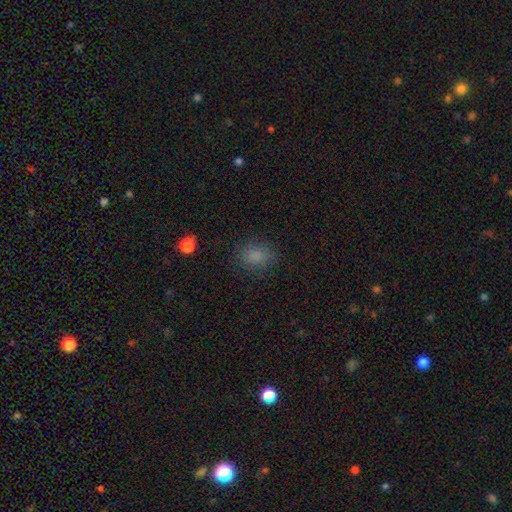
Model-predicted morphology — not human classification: Smooth or featured?
  - smooth: 82% *
  - star or artifact: 13%
  - featured or disk: 5%
How rounded?
  - round: 51% *
  - in between: 48%
  - cigar-shaped: 1%
Merging?
  - none: 82% *
  - minor disturbance: 12%
  - major disturbance: 4%
  - merger: 1%